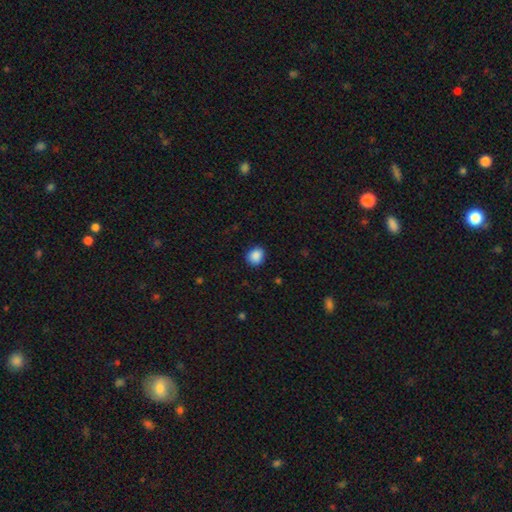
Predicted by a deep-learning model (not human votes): smooth-or-featured: smooth: 89% | star or artifact: 9% | featured or disk: 3%
  how-rounded: round: 70% | in between: 29% | cigar-shaped: 1%
  merging: none: 89% | minor disturbance: 8% | major disturbance: 2% | merger: 1%